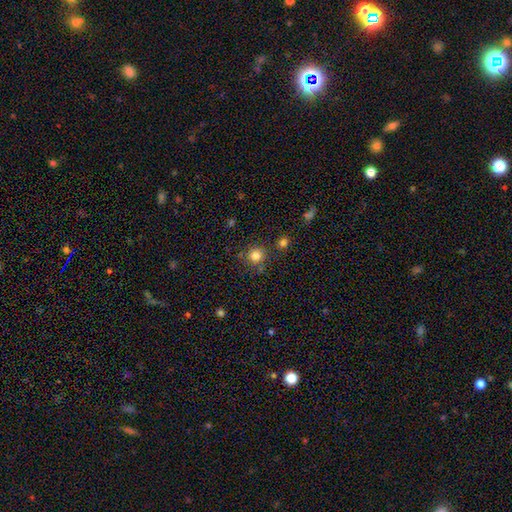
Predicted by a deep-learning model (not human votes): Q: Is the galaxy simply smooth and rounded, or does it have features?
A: smooth — 82%.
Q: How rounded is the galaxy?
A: round — 93%.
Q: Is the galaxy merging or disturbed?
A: none — 78%.